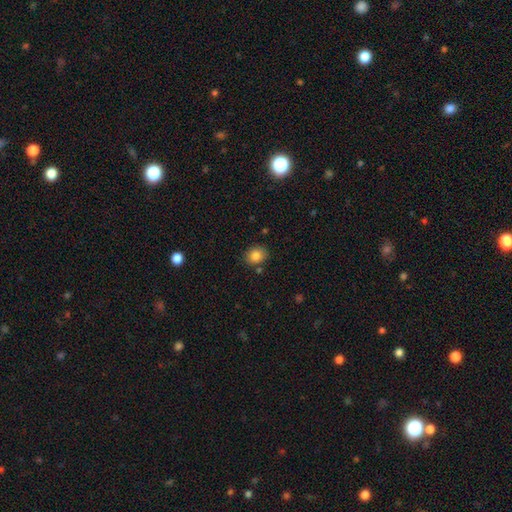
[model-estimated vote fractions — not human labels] Smooth or featured? Predicted: smooth (p=0.83). How rounded? Predicted: round (p=0.58). Merging? Predicted: none (p=0.81).